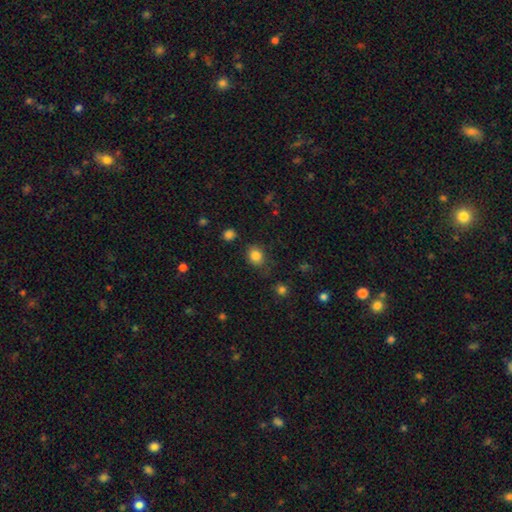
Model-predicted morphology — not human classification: The model was most divided on "how rounded": round: 65%, in between: 34%, cigar-shaped: 1%. More confident: smooth or featured — smooth (83%); merging — none (76%).